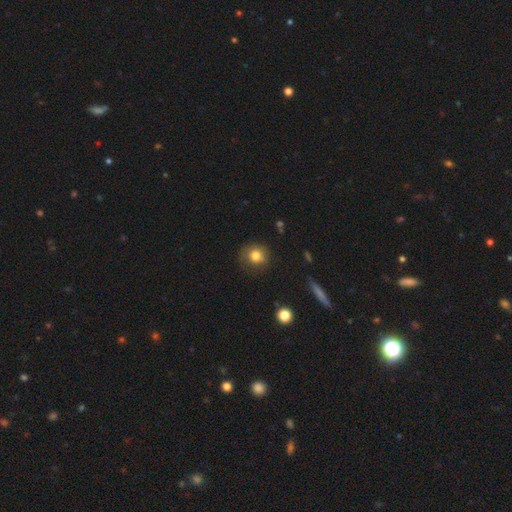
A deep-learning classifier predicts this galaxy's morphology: type=smooth (80%); roundness=round (85%); merging=none (76%).